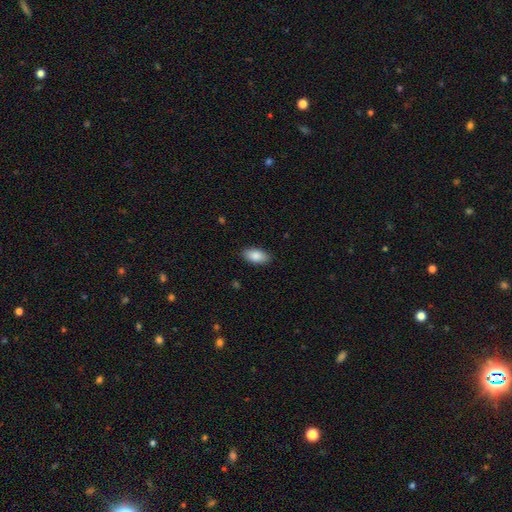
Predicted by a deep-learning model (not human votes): Overall: smooth (87%). How rounded: in between (93%). Merging: none (88%).